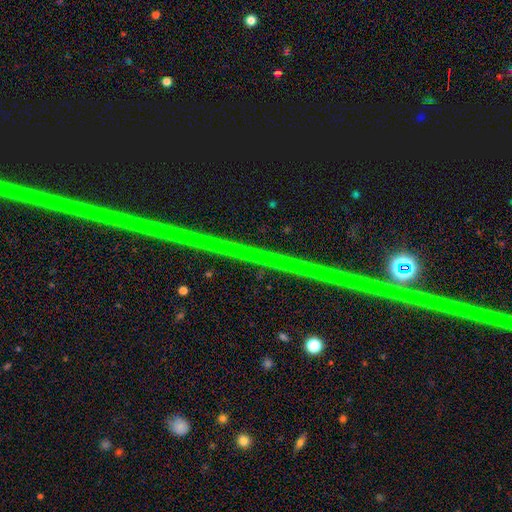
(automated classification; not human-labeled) Smooth or featured: star or artifact — 89% (featured or disk — 7%)